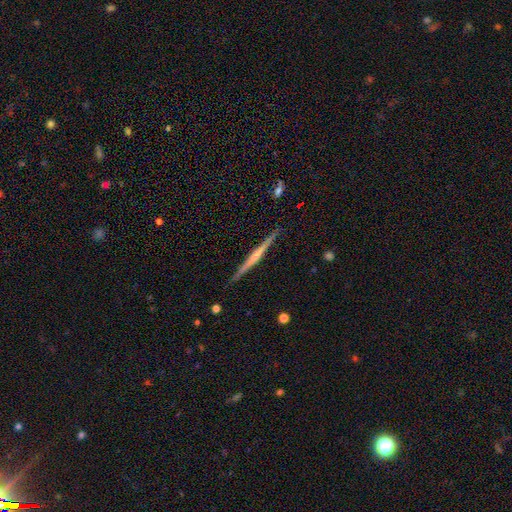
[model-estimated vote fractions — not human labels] smooth_or_featured: featured or disk (p=0.66) [alt: smooth p=0.28]
disk_edge_on: yes (p=0.98) [alt: no p=0.02]
edge_on_bulge: none (p=0.63) [alt: rounded p=0.23]
merging: none (p=0.90) [alt: minor disturbance p=0.07]